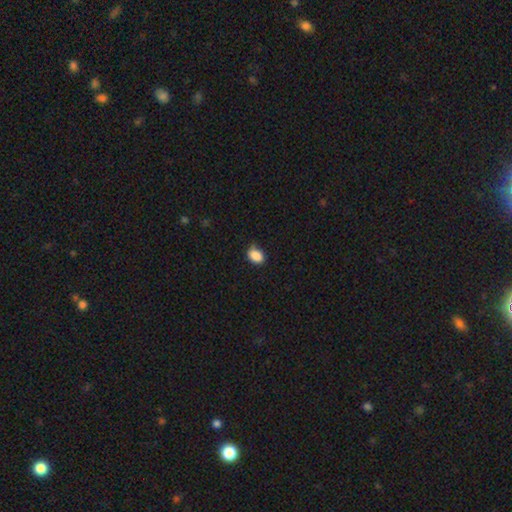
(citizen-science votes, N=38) A smooth galaxy with no disk features (95%) that is in between round and cigar-shaped (78%).

Vote fractions:
- Smooth or featured? smooth: 95% / featured or disk: 5% / star or artifact: 0%
- How rounded? in between: 78% / round: 22% / cigar-shaped: 0%
- Merging? none: 63% / minor disturbance: 32% / major disturbance: 5% / merger: 0%